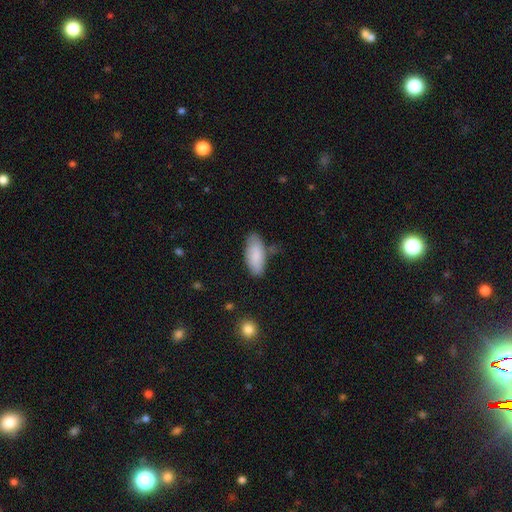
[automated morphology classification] Smooth or featured? smooth (82%)
How rounded? in between (89%)
Merging? none (66%)